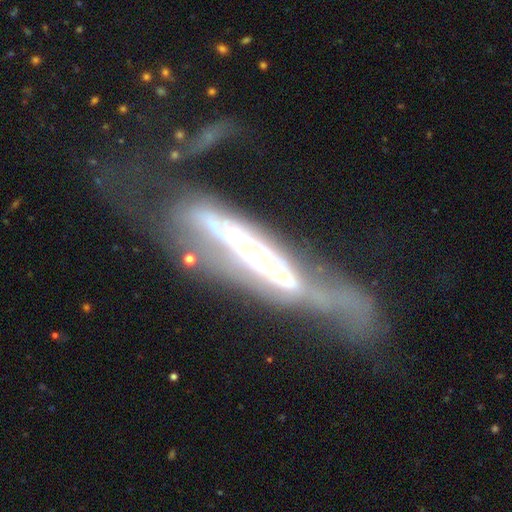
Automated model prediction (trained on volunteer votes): Smooth or featured?
  - featured or disk: 75% *
  - smooth: 17%
  - star or artifact: 9%
Edge-on disk?
  - no: 59% *
  - yes: 41%
Merging?
  - major disturbance: 43% *
  - none: 24%
  - minor disturbance: 18%
  - merger: 15%